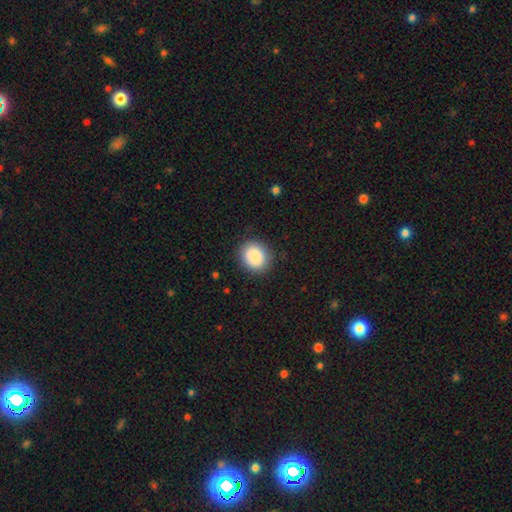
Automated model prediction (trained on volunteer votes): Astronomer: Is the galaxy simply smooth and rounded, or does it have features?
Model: smooth — 88%.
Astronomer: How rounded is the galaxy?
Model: round — 68%.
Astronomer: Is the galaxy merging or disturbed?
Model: none — 87%.